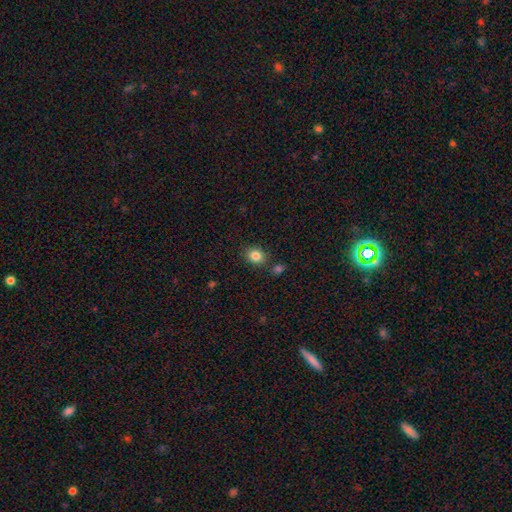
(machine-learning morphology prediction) This appears to be a smooth galaxy with no disk features (84%) that is round (69%). Merging: none (82%).